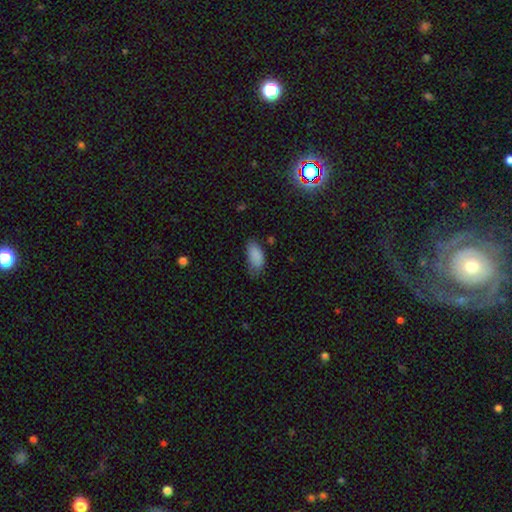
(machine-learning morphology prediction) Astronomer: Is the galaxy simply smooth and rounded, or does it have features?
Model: smooth — 87%.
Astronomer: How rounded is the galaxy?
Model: in between — 92%.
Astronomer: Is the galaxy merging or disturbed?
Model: none — 57% (runner-up: minor disturbance, 33%).